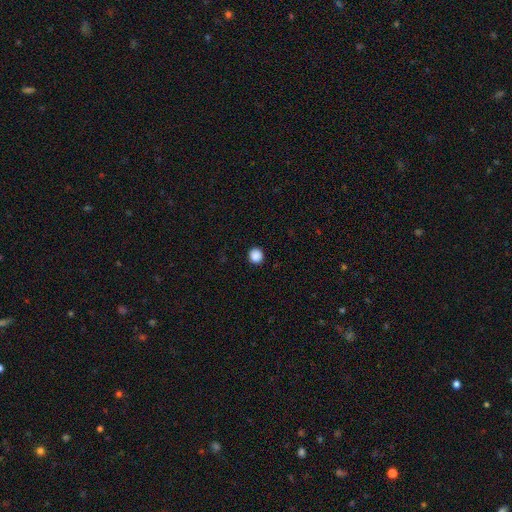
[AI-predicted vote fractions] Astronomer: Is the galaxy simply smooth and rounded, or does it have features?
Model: smooth — 88%.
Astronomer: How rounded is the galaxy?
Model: round — 93%.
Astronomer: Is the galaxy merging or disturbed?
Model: none — 93%.